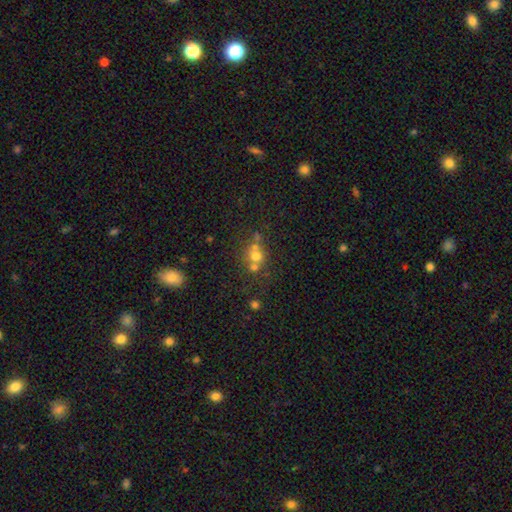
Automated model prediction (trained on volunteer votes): smooth 61%, star or artifact 21%, featured or disk 19%. Down the decision tree: how rounded — round (83%); merging — none (46%).